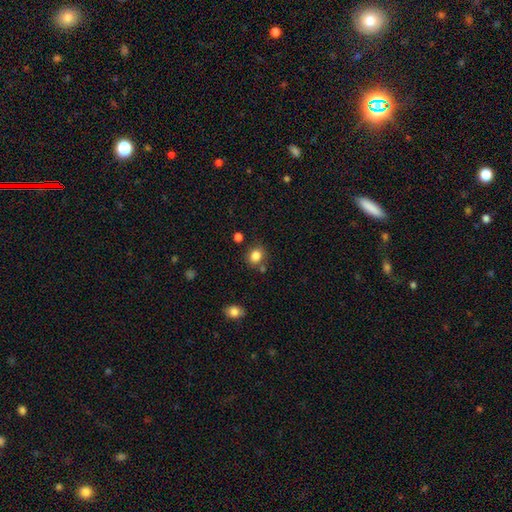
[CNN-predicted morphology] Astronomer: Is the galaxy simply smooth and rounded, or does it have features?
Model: smooth — 84%.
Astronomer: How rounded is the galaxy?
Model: round — 71%.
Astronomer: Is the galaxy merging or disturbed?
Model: none — 77%.